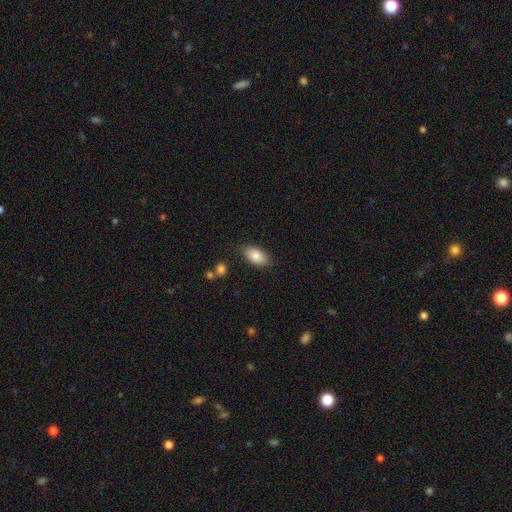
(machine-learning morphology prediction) A smooth galaxy with no disk features (85%) that is in between round and cigar-shaped (93%). Merging: none (84%).